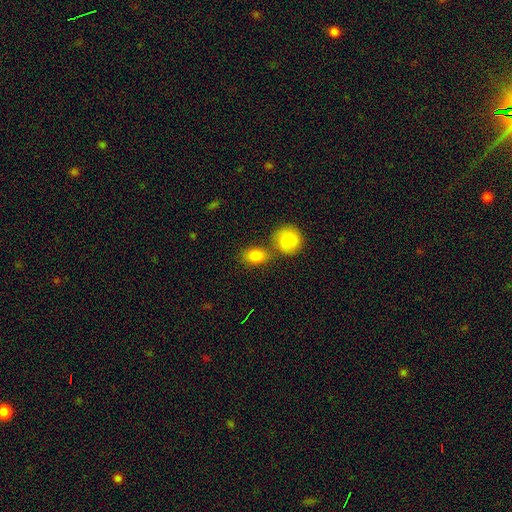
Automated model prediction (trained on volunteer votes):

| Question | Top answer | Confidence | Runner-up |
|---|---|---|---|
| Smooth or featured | smooth | 84% | star or artifact (8%) |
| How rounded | in between | 69% | round (29%) |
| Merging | none | 58% | merger (28%) |